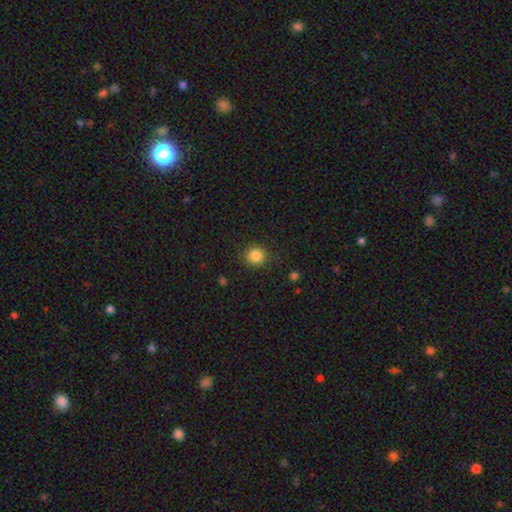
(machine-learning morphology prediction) A smooth galaxy with no disk features (84%) that is round (87%).

Vote fractions:
- Smooth or featured? smooth: 84% / star or artifact: 11% / featured or disk: 5%
- How rounded? round: 87% / in between: 12% / cigar-shaped: 1%
- Merging? none: 85% / minor disturbance: 10% / major disturbance: 3% / merger: 1%